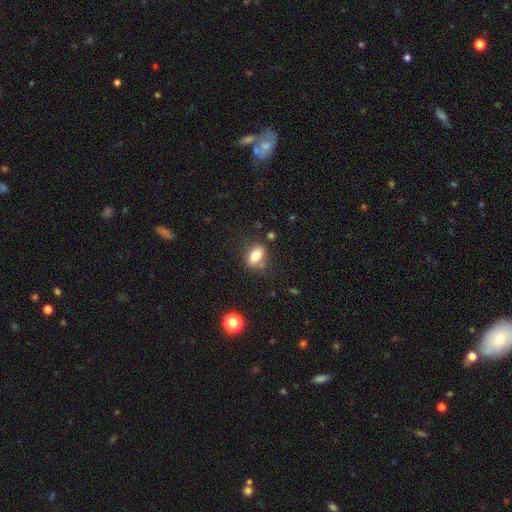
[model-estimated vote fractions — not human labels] Smooth or featured? Predicted: smooth (p=0.79). How rounded? Predicted: in between (p=0.80). Merging? Predicted: none (p=0.74).